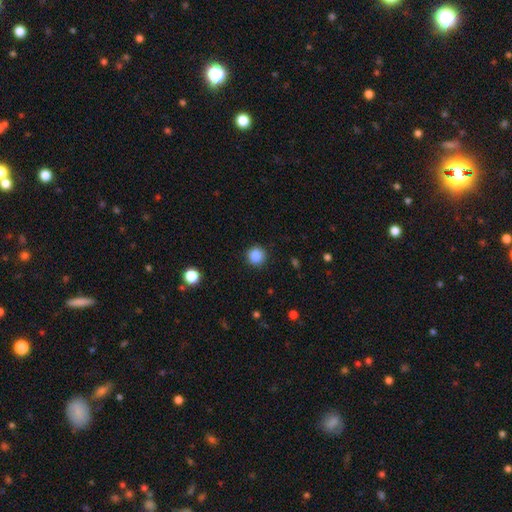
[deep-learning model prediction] The model was most divided on "smooth or featured": smooth: 87%, star or artifact: 10%, featured or disk: 3%. More confident: how rounded — round (94%); merging — none (90%).